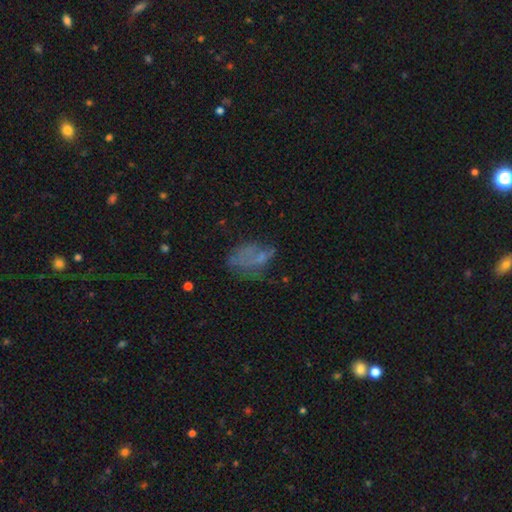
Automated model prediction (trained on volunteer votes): Smooth or featured? Predicted: smooth (p=0.40). Merging? Predicted: none (p=0.39).